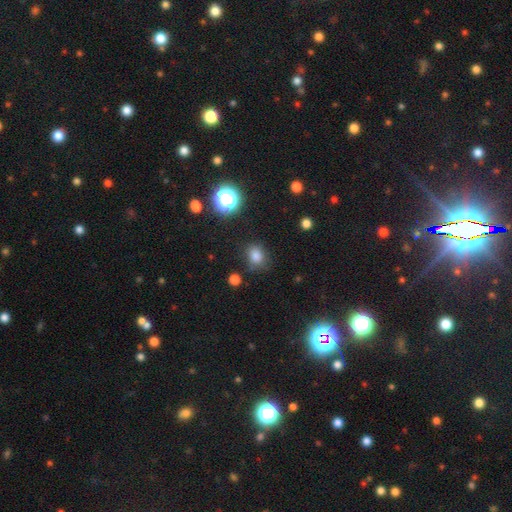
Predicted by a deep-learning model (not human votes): Smooth or featured: smooth — 79% (star or artifact — 15%)
How rounded: round — 57% (in between — 42%)
Merging: none — 75% (minor disturbance — 16%)